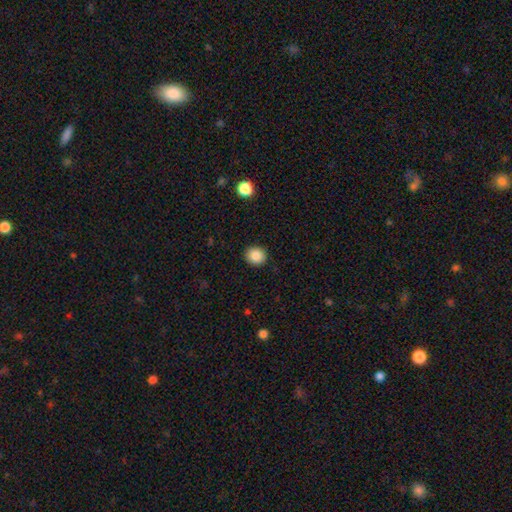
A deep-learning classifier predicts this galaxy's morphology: smooth_or_featured: smooth (p=0.86) [alt: star or artifact p=0.09]
how_rounded: round (p=0.81) [alt: in between p=0.18]
merging: none (p=0.91) [alt: minor disturbance p=0.06]